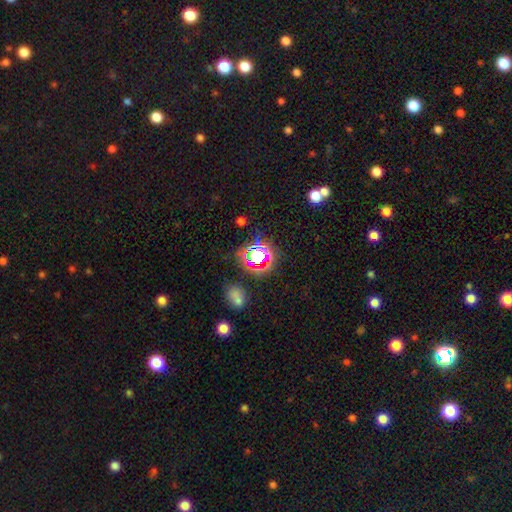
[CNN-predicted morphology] type=star or artifact (58%).